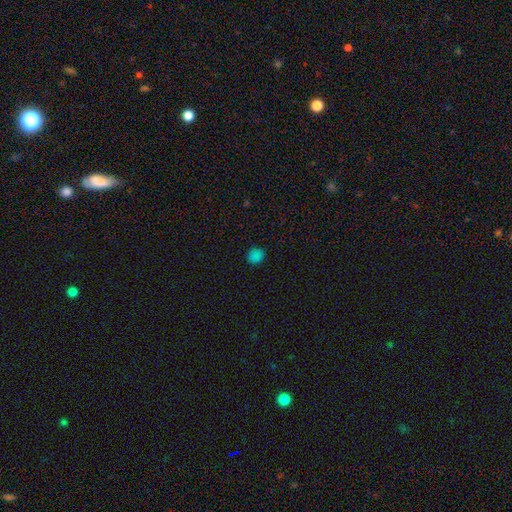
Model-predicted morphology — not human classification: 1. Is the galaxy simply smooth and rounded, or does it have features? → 80% smooth, 17% star or artifact, 3% featured or disk.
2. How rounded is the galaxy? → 84% round, 15% in between, 1% cigar-shaped.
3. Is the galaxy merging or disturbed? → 89% none, 8% minor disturbance, 2% major disturbance, 1% merger.